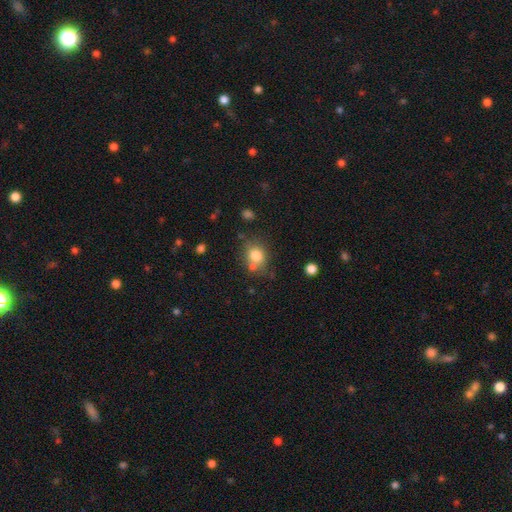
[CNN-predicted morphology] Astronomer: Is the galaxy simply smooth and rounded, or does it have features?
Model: smooth — 78%.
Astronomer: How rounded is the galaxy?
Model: round — 63%.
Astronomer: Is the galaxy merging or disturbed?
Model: none — 60%.